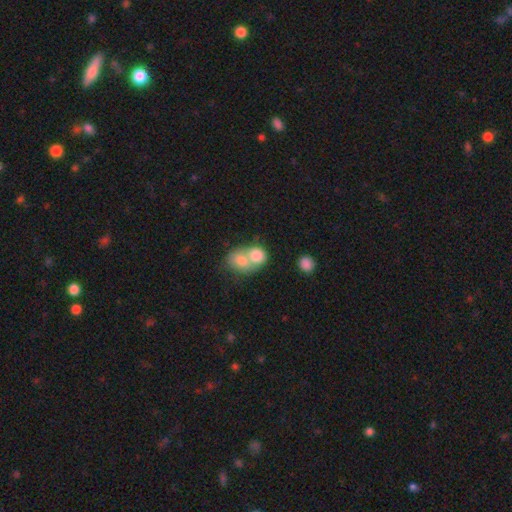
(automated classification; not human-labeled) smooth-or-featured: smooth: 78% | featured or disk: 15% | star or artifact: 8%
  how-rounded: round: 59% | in between: 40% | cigar-shaped: 1%
  merging: merger: 73% | none: 19% | minor disturbance: 5% | major disturbance: 3%